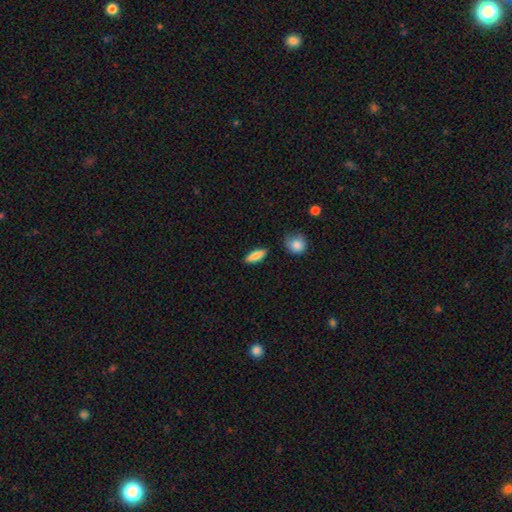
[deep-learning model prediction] The model was most divided on "how rounded": in between: 50%, cigar-shaped: 46%, round: 4%. More confident: merging — none (86%); smooth or featured — smooth (81%).